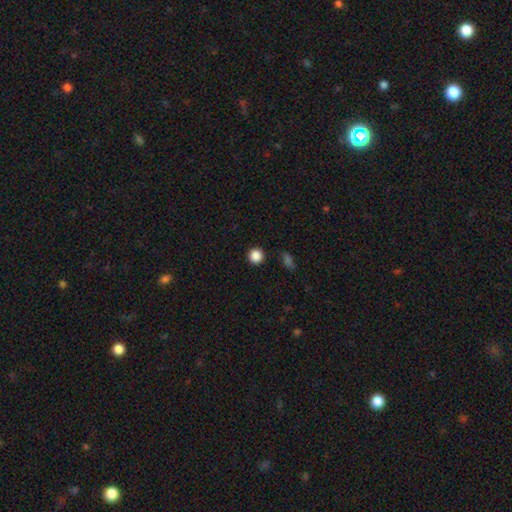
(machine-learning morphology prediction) Q: Smooth or featured?
A: smooth (86%); runner-up: star or artifact (11%)
Q: How rounded?
A: round (95%); runner-up: in between (4%)
Q: Merging?
A: none (91%); runner-up: minor disturbance (5%)